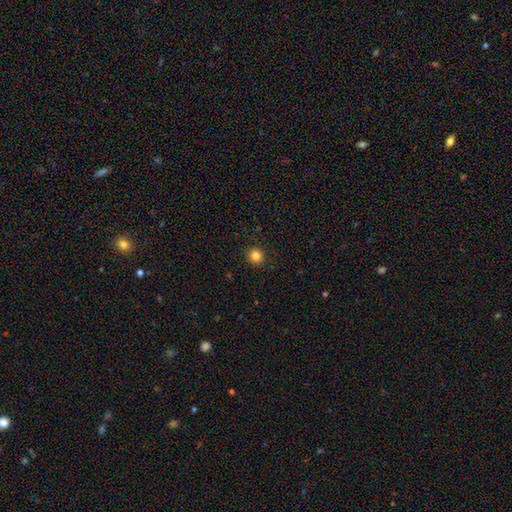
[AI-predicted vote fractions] smooth 84%, star or artifact 12%, featured or disk 5%. Down the decision tree: how rounded — round (91%); merging — none (91%).